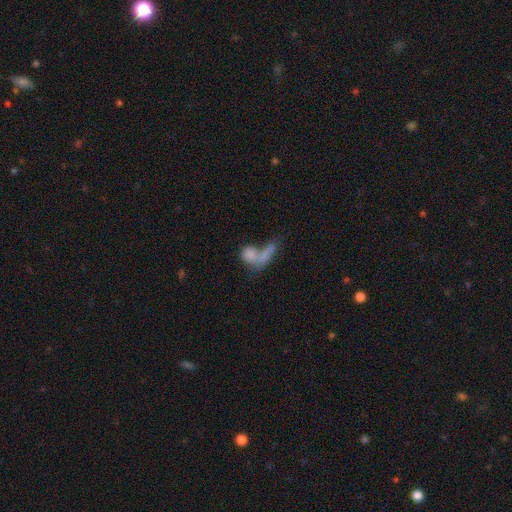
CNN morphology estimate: This appears to be a smooth galaxy with no disk features (59%) that is in between round and cigar-shaped (59%). Merging: merger (51%).